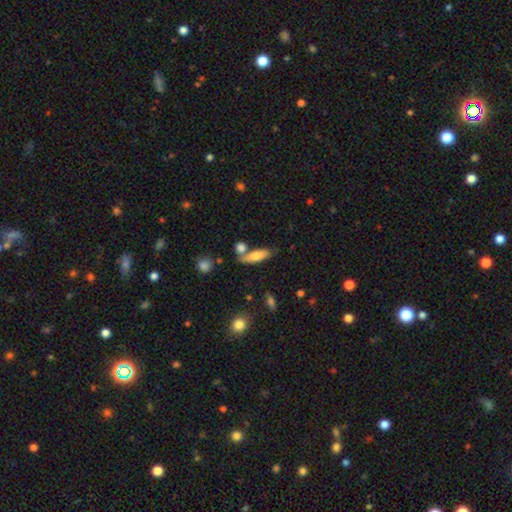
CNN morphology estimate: This is likely a smooth galaxy (72%). How rounded: possibly in between (57%). Merging: possibly none (60%).